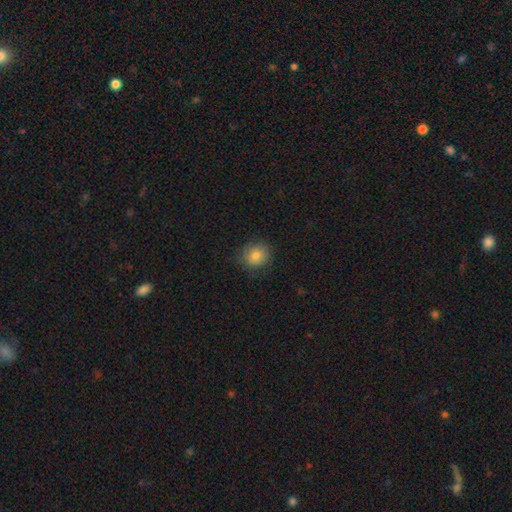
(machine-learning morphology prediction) smooth_or_featured: smooth (p=0.81) [alt: star or artifact p=0.10]
how_rounded: round (p=0.80) [alt: in between p=0.19]
merging: none (p=0.81) [alt: minor disturbance p=0.14]